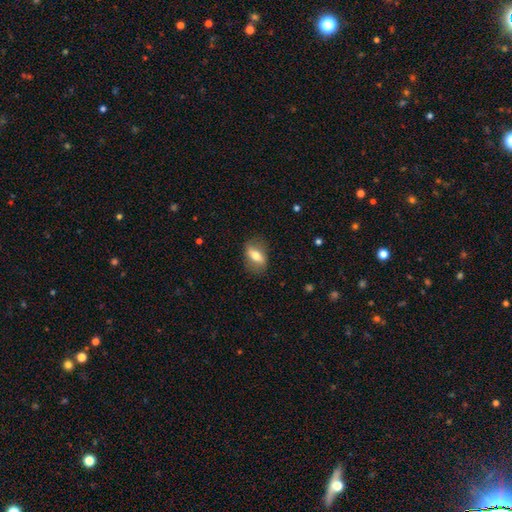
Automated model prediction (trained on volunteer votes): A smooth galaxy with no disk features (57%) that is in between round and cigar-shaped (76%). Merging: none (80%).